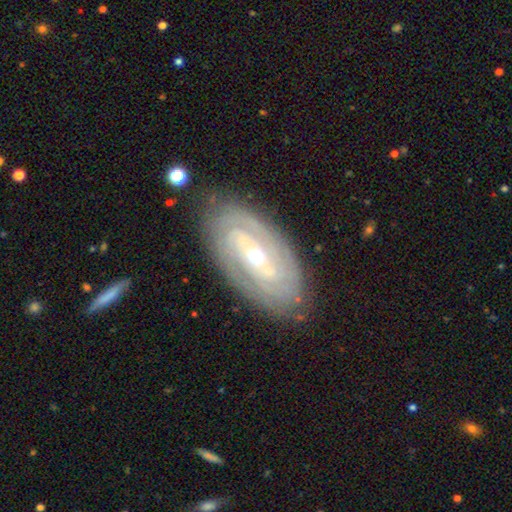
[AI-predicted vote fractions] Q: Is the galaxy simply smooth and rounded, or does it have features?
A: featured or disk — 87%.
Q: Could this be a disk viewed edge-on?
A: no — 93%.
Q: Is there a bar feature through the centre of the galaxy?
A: no — 39%.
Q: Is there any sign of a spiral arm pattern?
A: yes — 93%.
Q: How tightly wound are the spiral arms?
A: tight — 74%.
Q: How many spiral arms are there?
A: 2 — 38%.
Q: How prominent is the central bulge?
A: moderate — 49%.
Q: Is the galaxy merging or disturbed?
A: none — 82%.